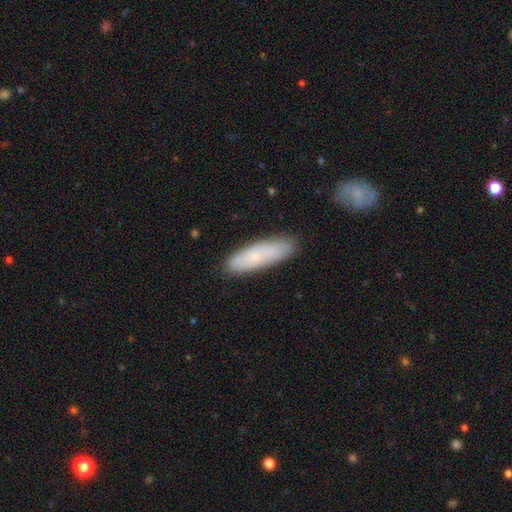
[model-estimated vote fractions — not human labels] Smooth or featured? smooth (68%)
How rounded? cigar-shaped (58%)
Merging? none (82%)